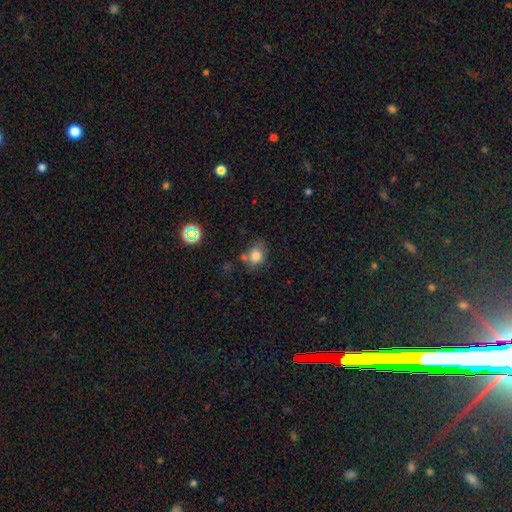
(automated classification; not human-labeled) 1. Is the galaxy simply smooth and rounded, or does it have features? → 78% smooth, 12% star or artifact, 10% featured or disk.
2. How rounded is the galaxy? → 57% round, 42% in between, 1% cigar-shaped.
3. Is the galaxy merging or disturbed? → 55% none, 23% minor disturbance, 14% merger, 8% major disturbance.